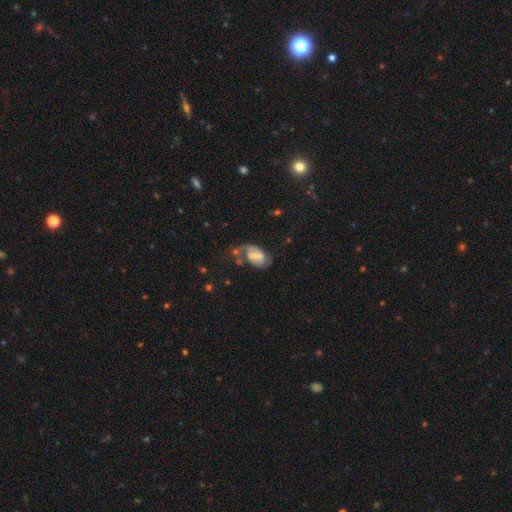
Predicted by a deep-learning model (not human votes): A featured or disk galaxy (56%) with a weak bar (47%), spiral arms (76%) and a moderate central bulge (29%). Merging: none (39%).